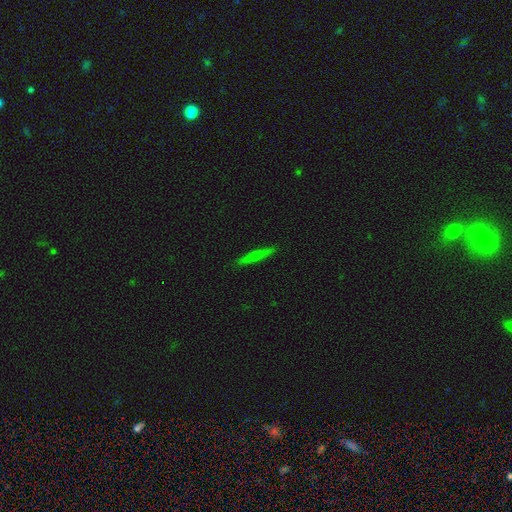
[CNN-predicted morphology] This is possibly a smooth galaxy (56%). How rounded: clearly cigar-shaped (92%). Merging: clearly none (91%).